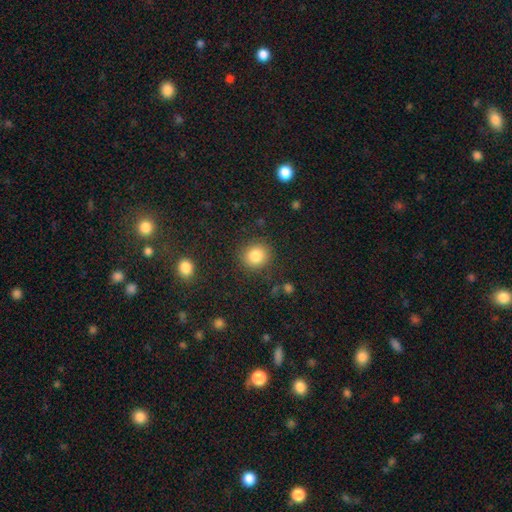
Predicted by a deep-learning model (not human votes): Smooth or featured: smooth — 83% (star or artifact — 11%)
How rounded: round — 84% (in between — 15%)
Merging: none — 87% (minor disturbance — 8%)